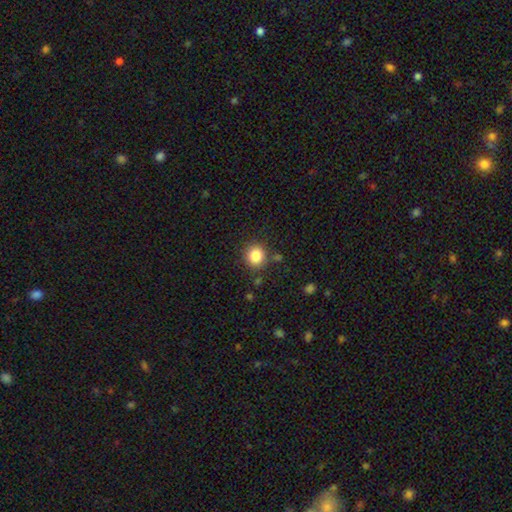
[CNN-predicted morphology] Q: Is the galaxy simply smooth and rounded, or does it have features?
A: smooth — 84%.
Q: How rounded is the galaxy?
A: round — 87%.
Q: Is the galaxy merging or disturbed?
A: none — 85%.